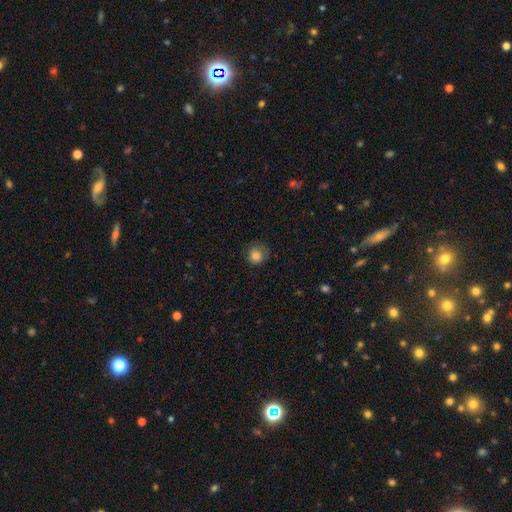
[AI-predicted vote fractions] A smooth galaxy with no disk features (83%) that is round (86%). Merging: none (71%).